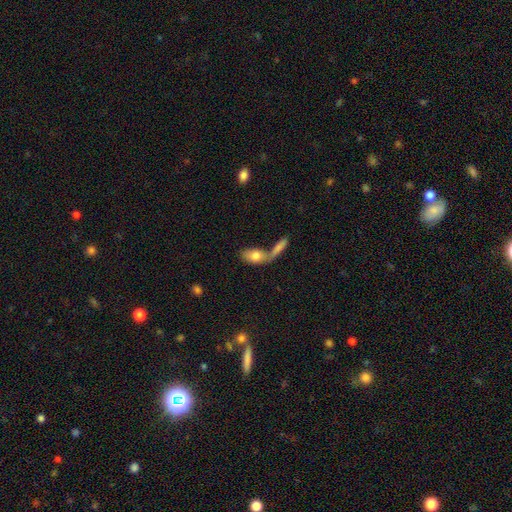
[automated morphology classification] Smooth or featured? smooth (76%)
How rounded? in between (86%)
Merging? merger (54%)